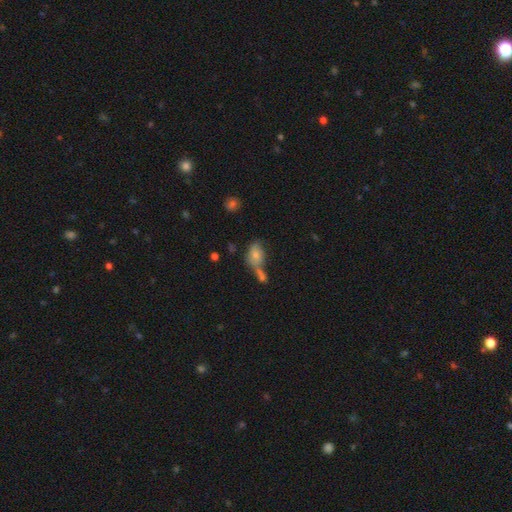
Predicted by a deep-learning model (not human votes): The model was most divided on "merging" (2-way tie): merger: 35%, none: 35%, minor disturbance: 19%, major disturbance: 10%. More confident: how rounded — in between (76%); smooth or featured — smooth (66%).